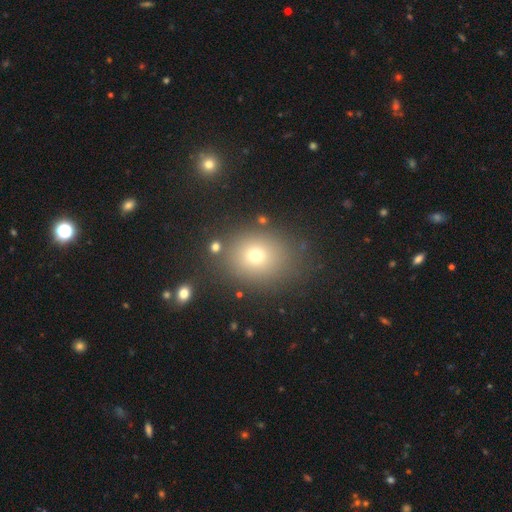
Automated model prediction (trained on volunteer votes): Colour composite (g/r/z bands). It shows a smooth galaxy with no disk features (69%) that is round (58%). Merging: none (82%).